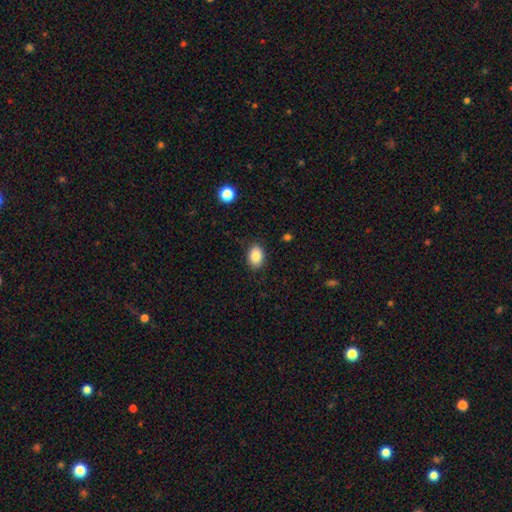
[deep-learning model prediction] Overall: smooth (87%). How rounded: in between (77%). Merging: none (86%).